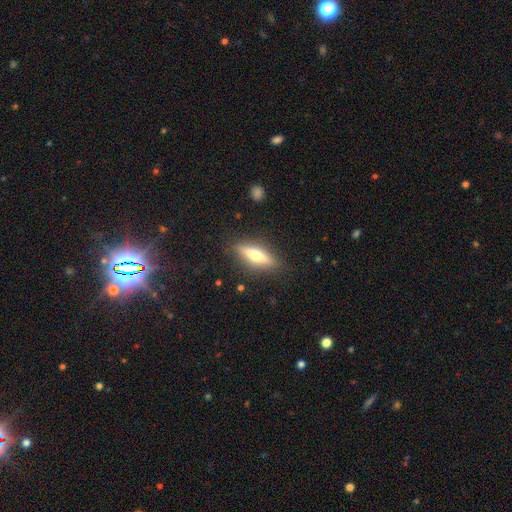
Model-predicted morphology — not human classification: Overall: featured or disk (52%; smooth 42%). Edge-on disk: yes (91%). Merging: none (87%).